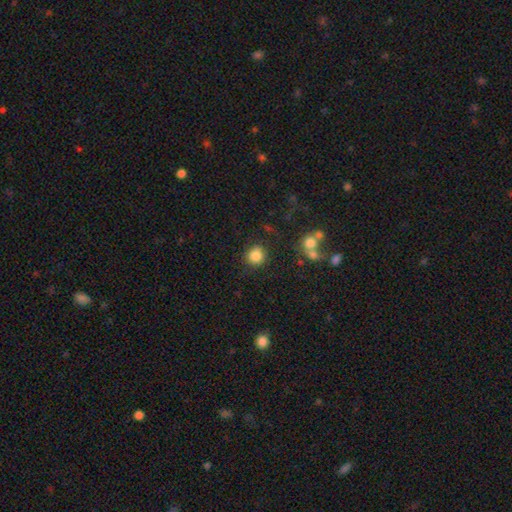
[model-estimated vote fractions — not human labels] A smooth galaxy with no disk features (84%) that is round (88%).

Vote fractions:
- Smooth or featured? smooth: 84% / star or artifact: 10% / featured or disk: 5%
- How rounded? round: 88% / in between: 11% / cigar-shaped: 1%
- Merging? none: 81% / minor disturbance: 10% / merger: 4% / major disturbance: 4%